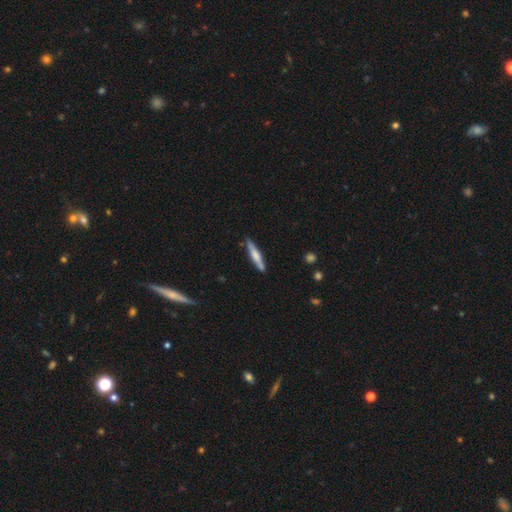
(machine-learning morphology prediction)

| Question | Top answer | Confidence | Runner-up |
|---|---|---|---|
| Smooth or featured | smooth | 55% | featured or disk (39%) |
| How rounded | cigar-shaped | 91% | in between (8%) |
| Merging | none | 84% | minor disturbance (12%) |